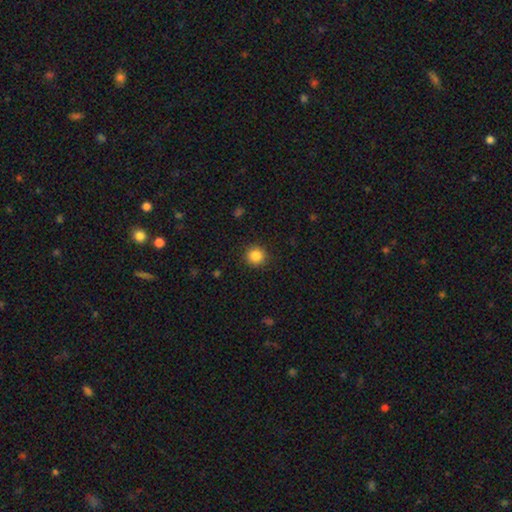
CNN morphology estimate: smooth 85%, star or artifact 10%, featured or disk 5%. Down the decision tree: how rounded — round (93%); merging — none (91%).